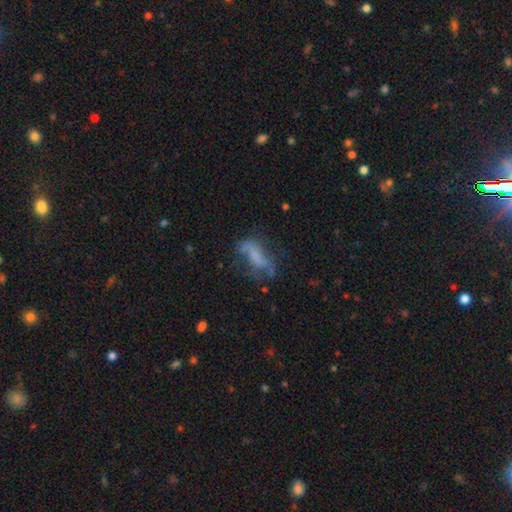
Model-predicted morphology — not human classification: smooth-or-featured: smooth: 44% | featured or disk: 42% | star or artifact: 14%
  merging: none: 40% | major disturbance: 30% | minor disturbance: 25% | merger: 6%